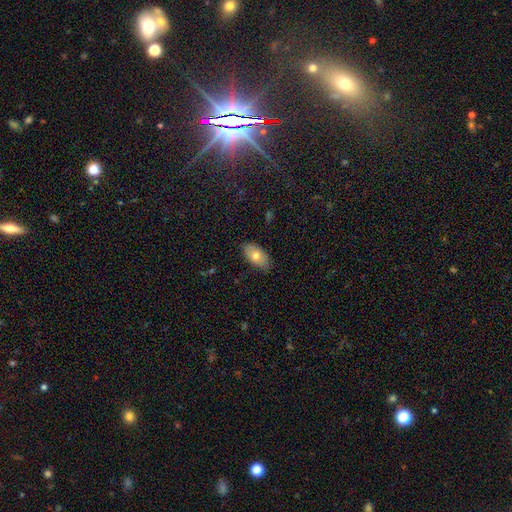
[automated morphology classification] Smooth or featured: smooth — 76% (featured or disk — 17%)
How rounded: in between — 93% (round — 4%)
Merging: none — 84% (minor disturbance — 13%)